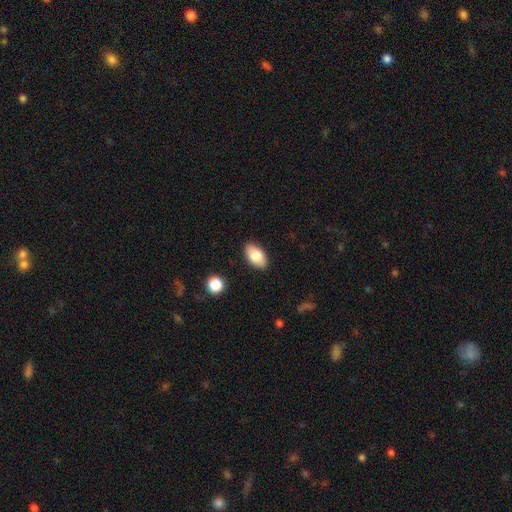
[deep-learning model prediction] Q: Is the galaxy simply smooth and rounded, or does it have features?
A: smooth — 82%.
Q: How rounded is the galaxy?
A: in between — 93%.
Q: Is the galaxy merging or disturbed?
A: none — 87%.